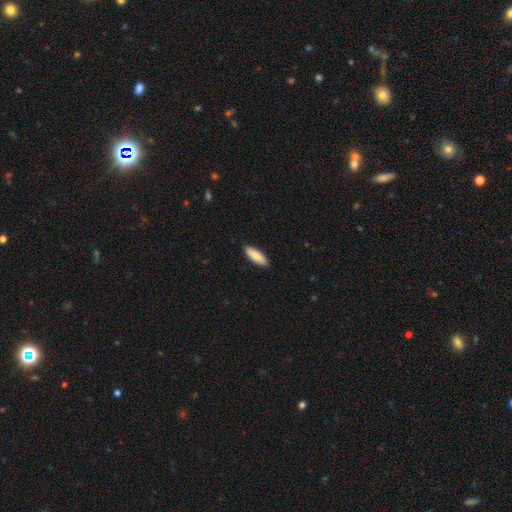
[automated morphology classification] smooth 86%, featured or disk 9%, star or artifact 5%. Down the decision tree: how rounded — in between (57%); merging — none (90%).